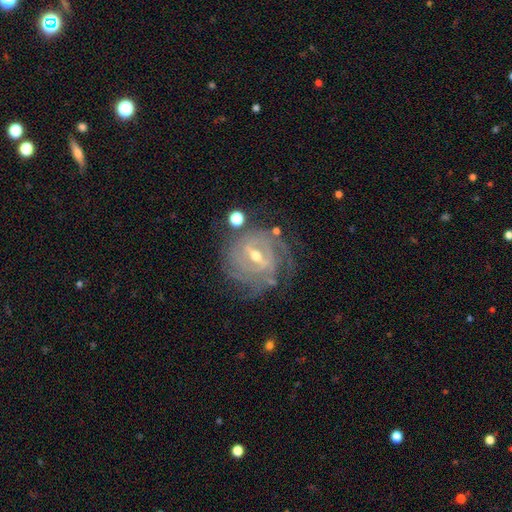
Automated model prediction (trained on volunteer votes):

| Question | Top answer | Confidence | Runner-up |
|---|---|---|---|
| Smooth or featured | featured or disk | 86% | star or artifact (7%) |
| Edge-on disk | no | 96% | yes (4%) |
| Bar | weak | 47% | strong (39%) |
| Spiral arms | yes | 93% | no (7%) |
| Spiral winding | tight | 73% | medium (22%) |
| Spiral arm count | can't tell | 36% | 3 (21%) |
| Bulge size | moderate | 52% | small (44%) |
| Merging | none | 70% | minor disturbance (17%) |